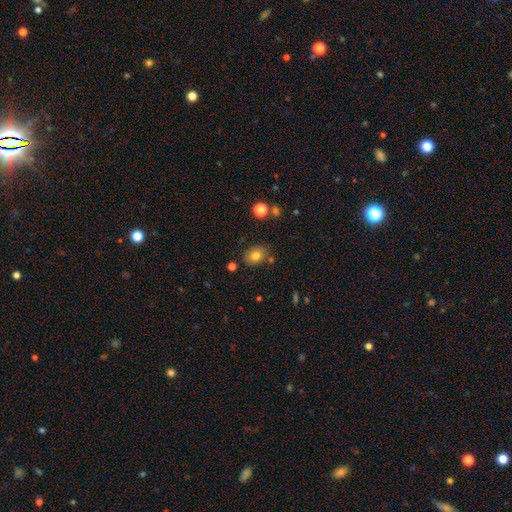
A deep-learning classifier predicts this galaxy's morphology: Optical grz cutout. It shows a smooth galaxy with no disk features (78%) that is in between round and cigar-shaped (57%). Merging: none (79%).